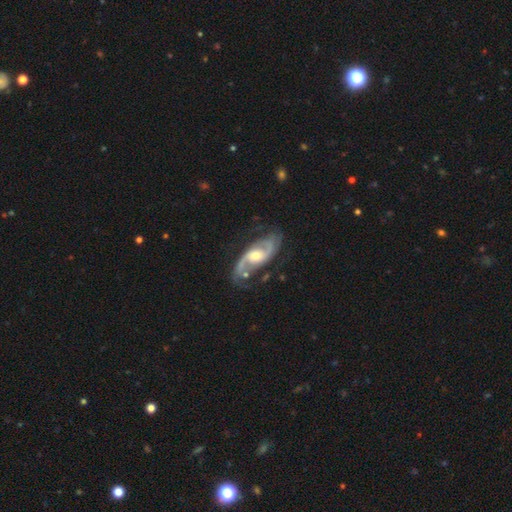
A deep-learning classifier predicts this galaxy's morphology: Smooth or featured? featured or disk (88%)
Edge-on disk? no (95%)
Bar? no (49%)
Spiral arms? yes (96%)
Spiral winding? medium (49%)
Spiral arm count? 2 (89%)
Bulge size? moderate (65%)
Merging? none (66%)